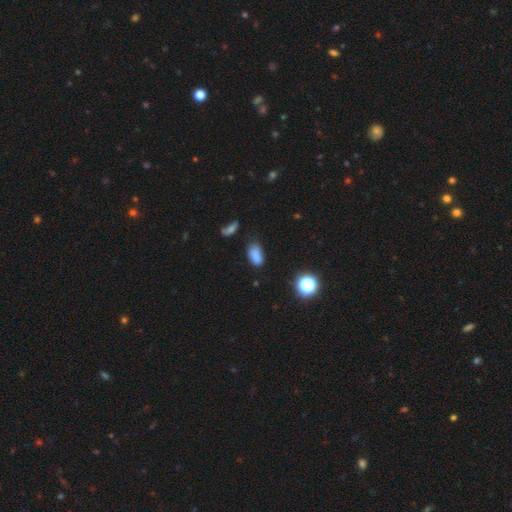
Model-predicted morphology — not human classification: smooth_or_featured: smooth (p=0.78) [alt: star or artifact p=0.14]
how_rounded: in between (p=0.88) [alt: round p=0.08]
merging: none (p=0.57) [alt: minor disturbance p=0.28]